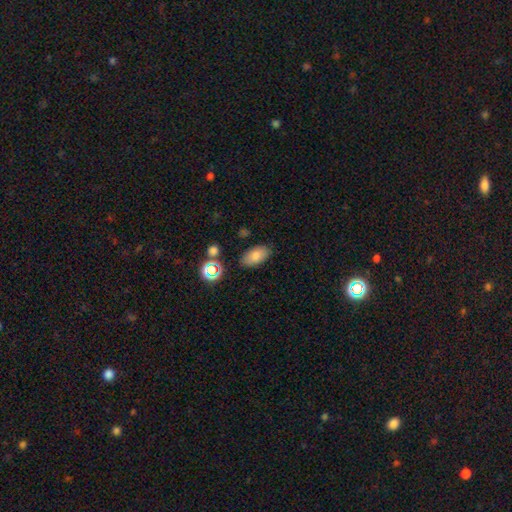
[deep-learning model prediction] A smooth galaxy with no disk features (79%) that is in between round and cigar-shaped (92%). Merging: none (83%).